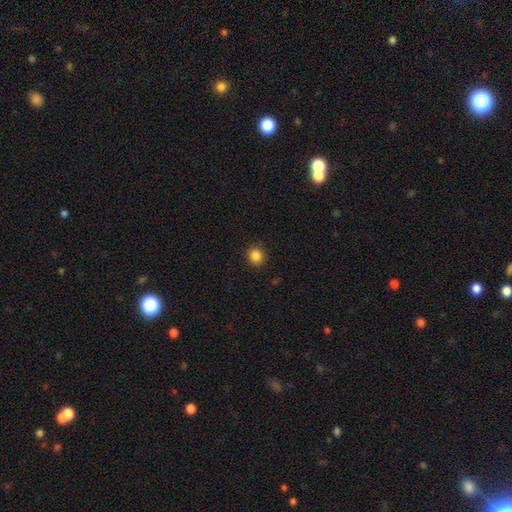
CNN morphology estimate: Smooth or featured? Predicted: smooth (p=0.85). How rounded? Predicted: round (p=0.87). Merging? Predicted: none (p=0.90).